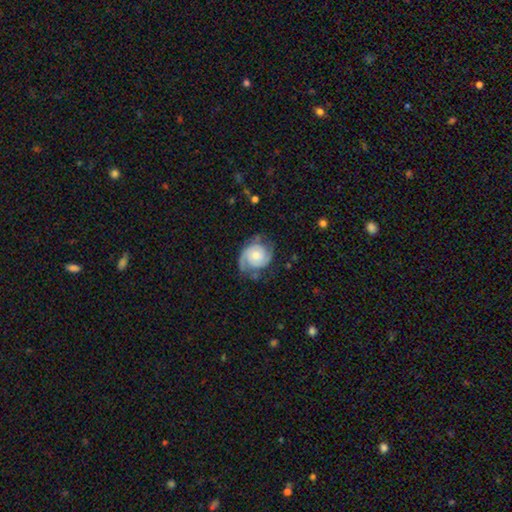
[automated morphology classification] Smooth or featured? Predicted: featured or disk (p=0.80). Edge-on disk? Predicted: no (p=0.98). Bar? Predicted: no (p=0.74). Spiral arms? Predicted: yes (p=0.95). Spiral winding? Predicted: tight (p=0.52). Spiral arm count? Predicted: 2 (p=0.77). Bulge size? Predicted: moderate (p=0.44). Merging? Predicted: none (p=0.66).